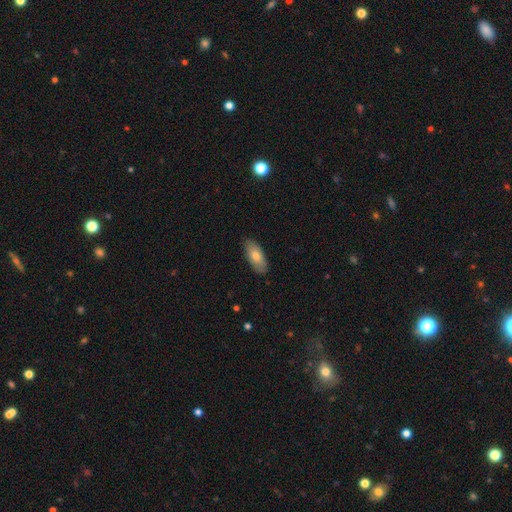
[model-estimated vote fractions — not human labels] This appears to be a smooth galaxy with no disk features (74%) that is in between round and cigar-shaped (84%). Merging: none (87%).